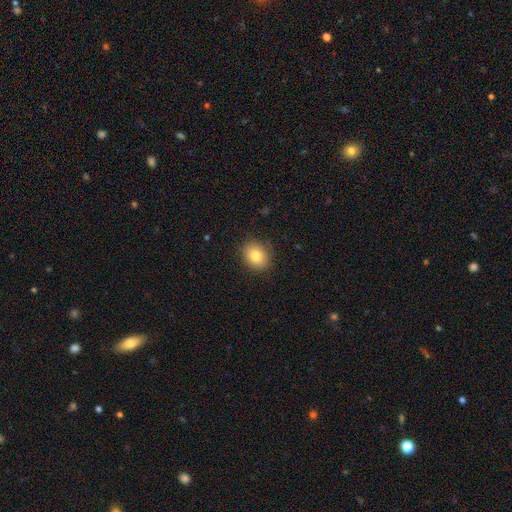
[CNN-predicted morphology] Overall: smooth (81%). How rounded: round (52%; in between 47%). Merging: none (87%).